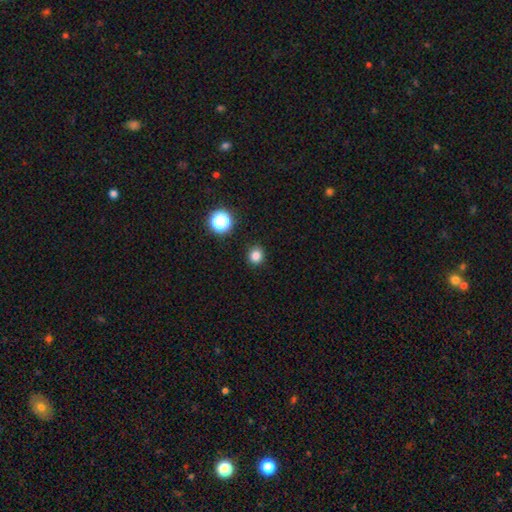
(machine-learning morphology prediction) A smooth galaxy with no disk features (82%) that is round (86%). Merging: none (91%).